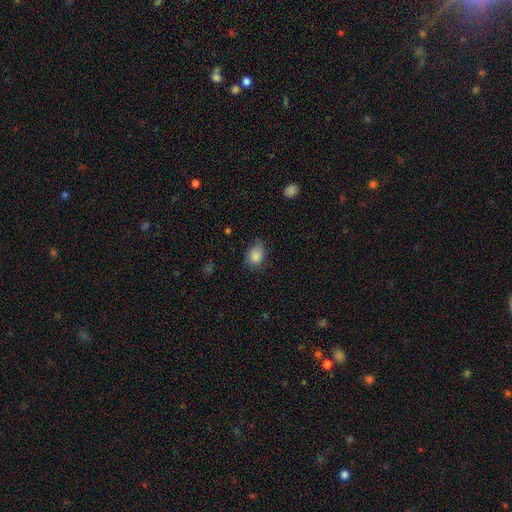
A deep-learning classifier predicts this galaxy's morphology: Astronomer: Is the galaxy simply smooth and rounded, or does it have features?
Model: smooth — 85%.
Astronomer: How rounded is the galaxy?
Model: round — 52% (runner-up: in between, 47%).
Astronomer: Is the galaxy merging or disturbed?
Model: none — 63%.